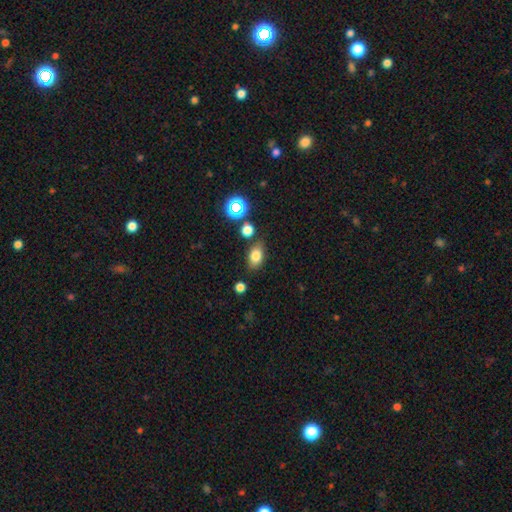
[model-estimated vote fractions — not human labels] This appears to be a smooth galaxy with no disk features (78%) that is in between round and cigar-shaped (81%). Merging: none (78%).